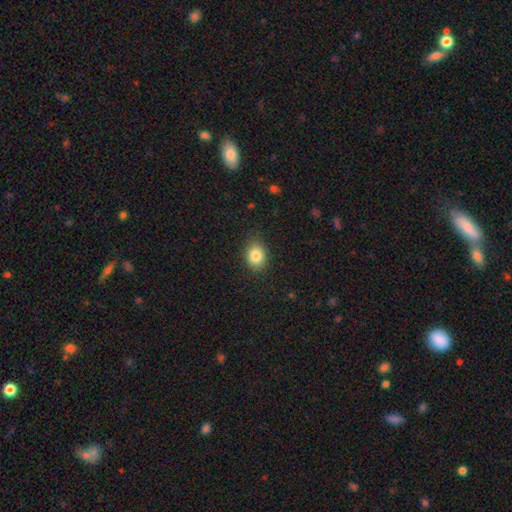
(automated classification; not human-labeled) Smooth or featured?
  - smooth: 84% *
  - star or artifact: 9%
  - featured or disk: 7%
How rounded?
  - in between: 58% *
  - round: 41%
  - cigar-shaped: 1%
Merging?
  - none: 81% *
  - minor disturbance: 15%
  - major disturbance: 3%
  - merger: 1%